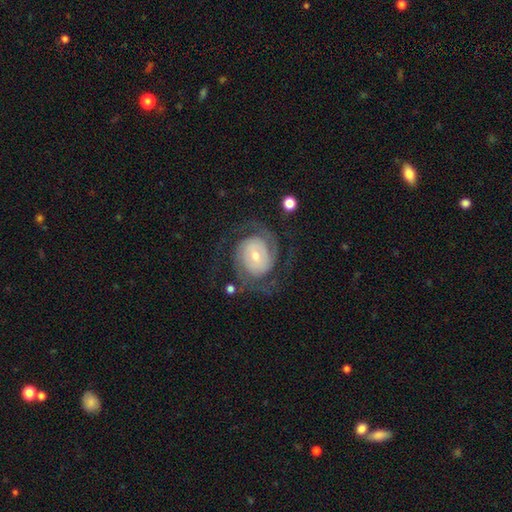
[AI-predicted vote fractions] smooth_or_featured: featured or disk (p=0.85) [alt: smooth p=0.10]
disk_edge_on: no (p=0.98) [alt: yes p=0.02]
bar: no (p=0.51) [alt: weak p=0.36]
has_spiral_arms: yes (p=0.96) [alt: no p=0.04]
spiral_winding: tight (p=0.44) [alt: medium p=0.40]
spiral_arm_count: 2 (p=0.78) [alt: can't tell p=0.08]
bulge_size: small (p=0.61) [alt: moderate p=0.30]
merging: none (p=0.70) [alt: major disturbance p=0.16]